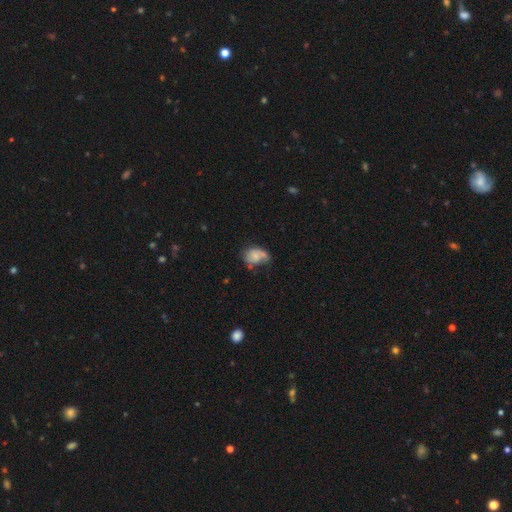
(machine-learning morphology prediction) The model was most divided on "smooth or featured": smooth: 47%, featured or disk: 44%, star or artifact: 9%. Remaining: merging — none (39%).